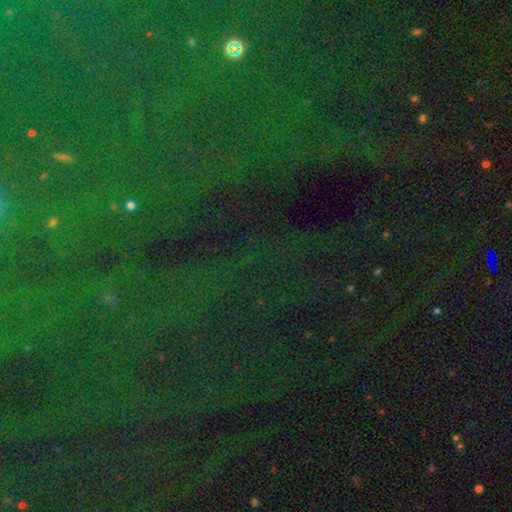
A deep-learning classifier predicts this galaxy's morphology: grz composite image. It shows a star or artifact, not a galaxy (82%).